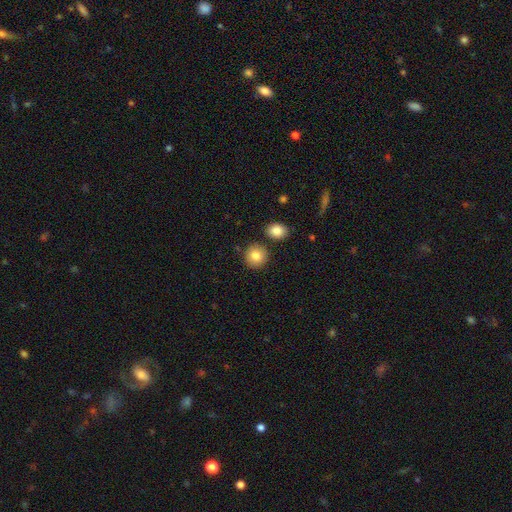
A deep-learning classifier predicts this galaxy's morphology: A smooth galaxy with no disk features (83%) that is round (90%). Merging: none (84%).